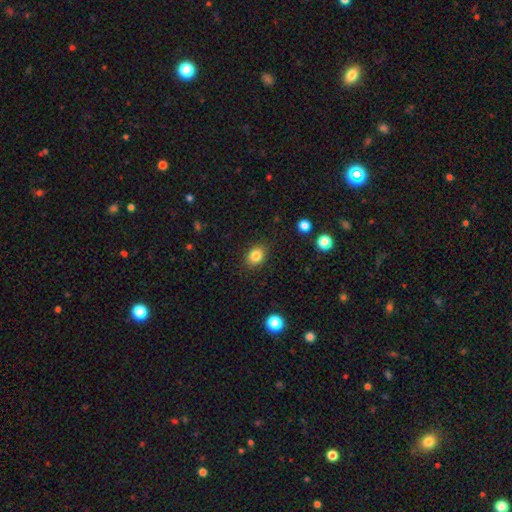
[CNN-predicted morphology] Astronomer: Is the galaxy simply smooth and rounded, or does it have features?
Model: smooth — 83%.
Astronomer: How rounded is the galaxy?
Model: in between — 58% (runner-up: round, 41%).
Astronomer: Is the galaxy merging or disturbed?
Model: none — 87%.